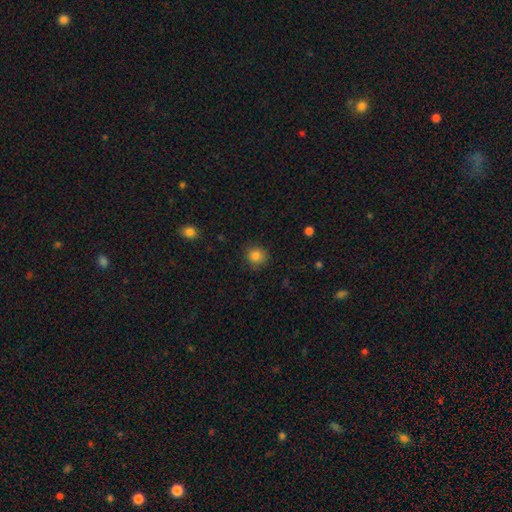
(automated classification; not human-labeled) A smooth galaxy with no disk features (84%) that is round (89%). Merging: none (87%).